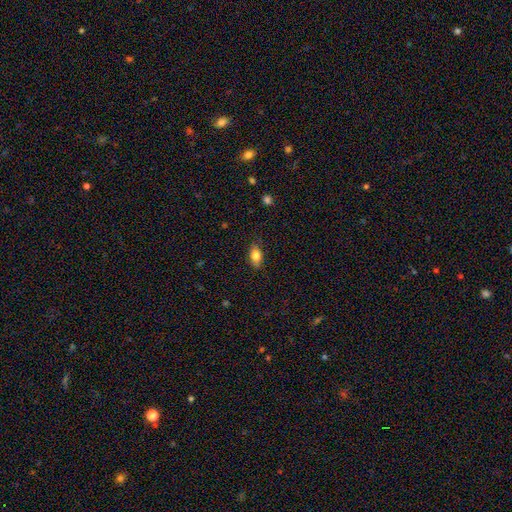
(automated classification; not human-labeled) smooth 80%, featured or disk 12%, star or artifact 8%. Down the decision tree: how rounded — in between (87%); merging — none (84%).